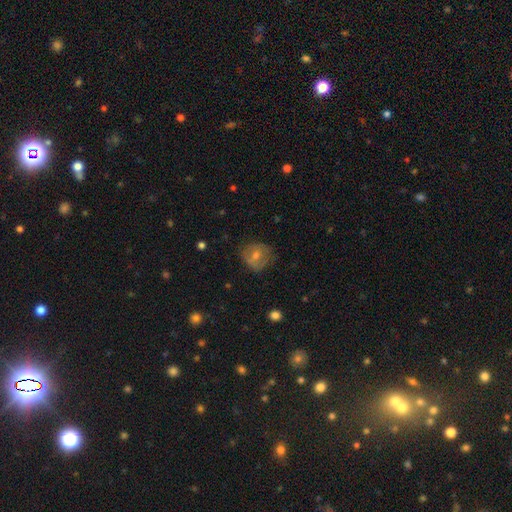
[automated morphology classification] type=smooth (46%); merging=none (74%).